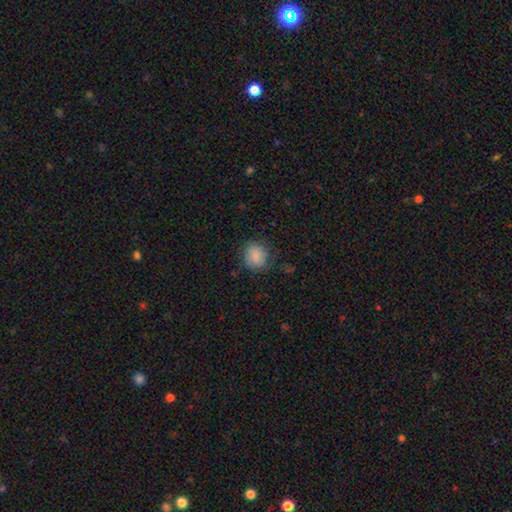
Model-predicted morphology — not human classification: This is clearly a smooth galaxy (86%). How rounded: clearly round (82%). Merging: likely none (77%).